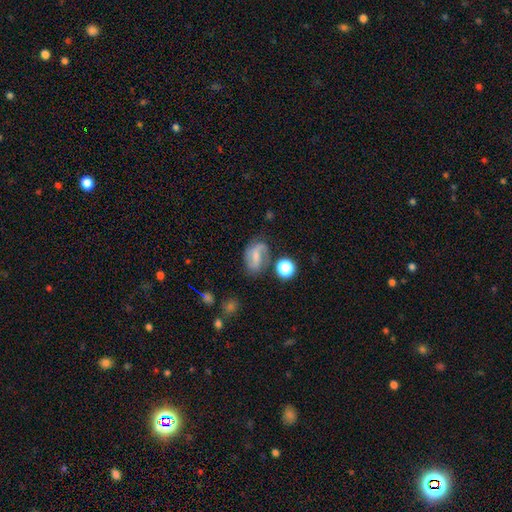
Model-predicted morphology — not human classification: The model was most divided on "bulge size": small: 44%, moderate: 28%, none: 22%, large: 4%, dominant: 2%. Remaining: edge-on disk — no (96%); spiral arms — yes (87%); merging — none (63%); smooth or featured — featured or disk (58%); bar — weak (45%).